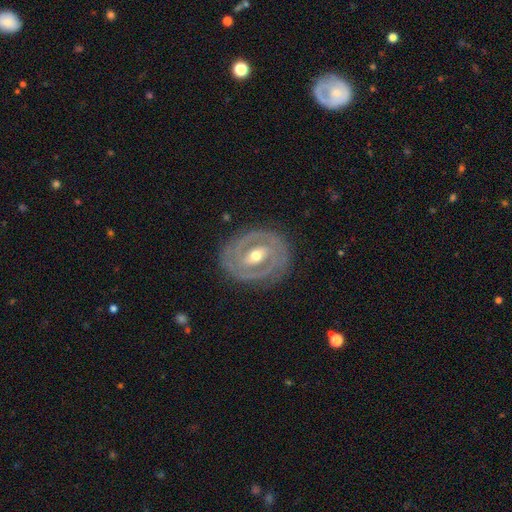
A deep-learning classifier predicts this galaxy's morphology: This is clearly a featured or disk galaxy (86%). It is clearly not viewed edge-on (96%). Bar: marginally strong (42%). Spiral arm pattern: clearly yes (84%). Spiral arm count: likely 2 (68%). Spiral winding: likely tight (68%). Central bulge: likely moderate (66%). Merging: clearly none (83%).